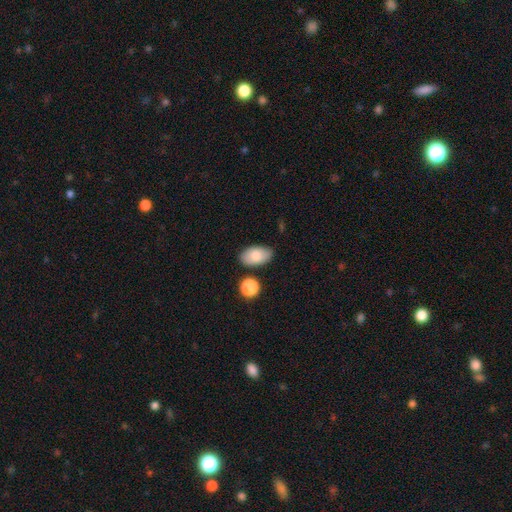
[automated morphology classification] Smooth or featured? smooth (82%)
How rounded? in between (94%)
Merging? none (80%)